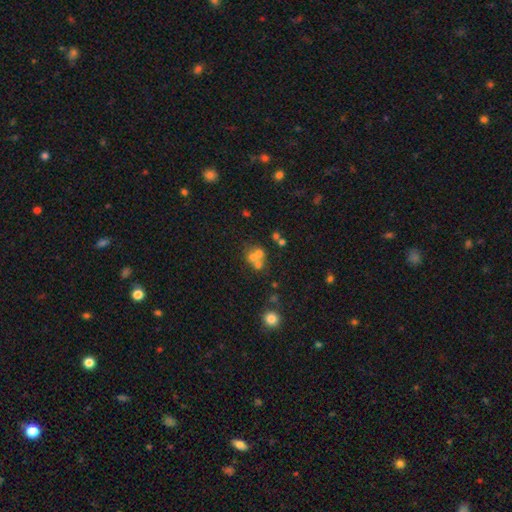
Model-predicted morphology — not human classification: Overall: smooth (52%; featured or disk 30%). How rounded: round (77%). Merging: merger (54%; none 33%).